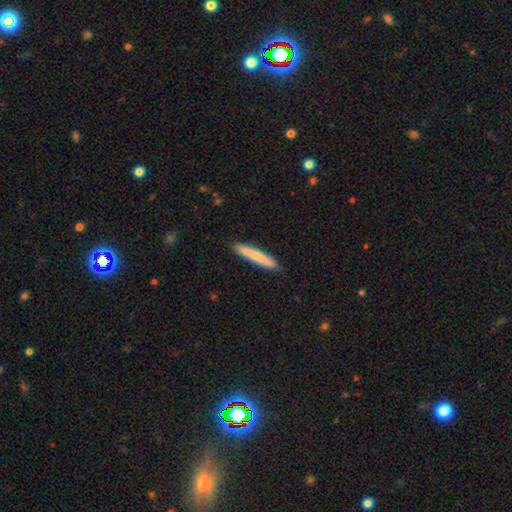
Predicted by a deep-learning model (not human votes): Smooth or featured? smooth (74%)
How rounded? cigar-shaped (94%)
Merging? none (90%)